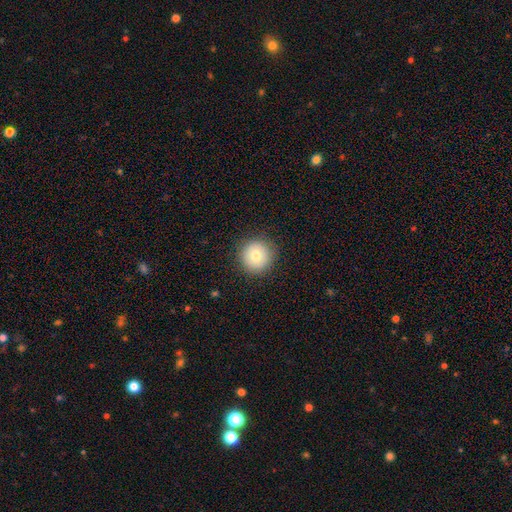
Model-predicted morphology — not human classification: smooth_or_featured: smooth (p=0.78) [alt: featured or disk p=0.12]
how_rounded: round (p=0.95) [alt: in between p=0.04]
merging: none (p=0.89) [alt: minor disturbance p=0.07]